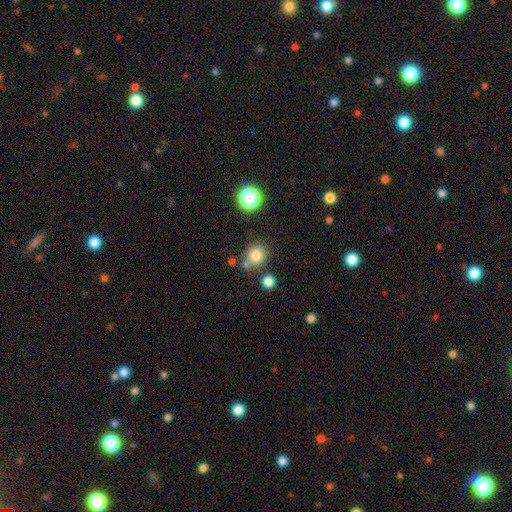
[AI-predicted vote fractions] smooth_or_featured: smooth (p=0.79) [alt: star or artifact p=0.13]
how_rounded: round (p=0.82) [alt: in between p=0.17]
merging: none (p=0.71) [alt: merger p=0.14]